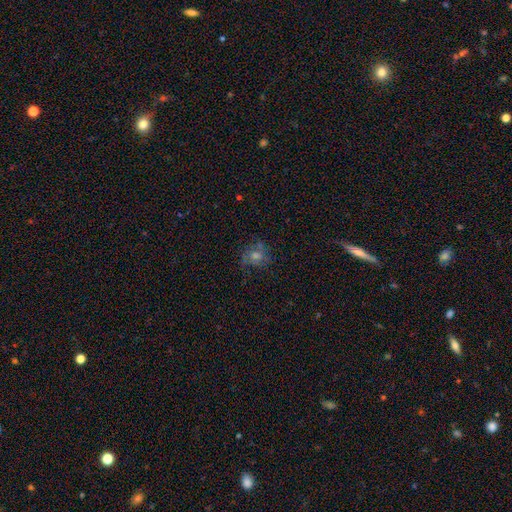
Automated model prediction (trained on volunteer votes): smooth-or-featured: featured or disk: 38% | smooth: 34% | star or artifact: 27%
  merging: none: 69% | minor disturbance: 17% | major disturbance: 10% | merger: 4%